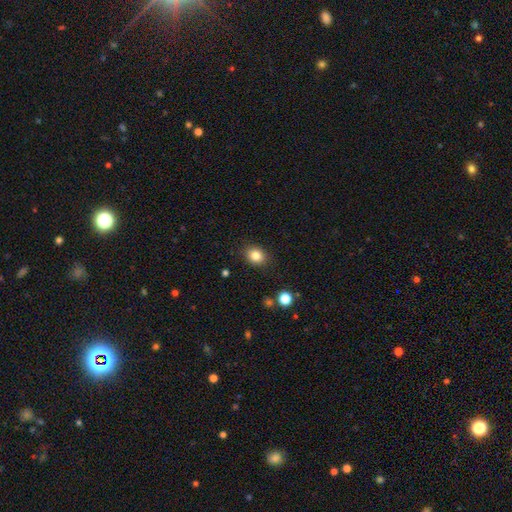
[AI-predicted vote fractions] smooth_or_featured: smooth (p=0.84) [alt: star or artifact p=0.10]
how_rounded: round (p=0.50) [alt: in between p=0.49]
merging: none (p=0.87) [alt: minor disturbance p=0.09]